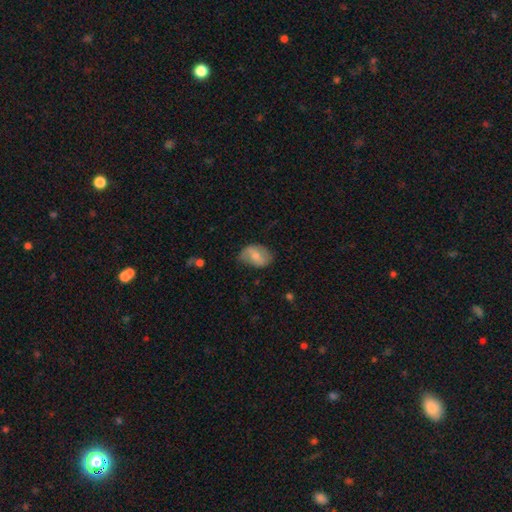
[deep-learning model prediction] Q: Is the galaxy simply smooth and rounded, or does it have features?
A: smooth — 55%.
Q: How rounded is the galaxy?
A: in between — 79%.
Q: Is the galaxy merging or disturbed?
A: none — 60%.